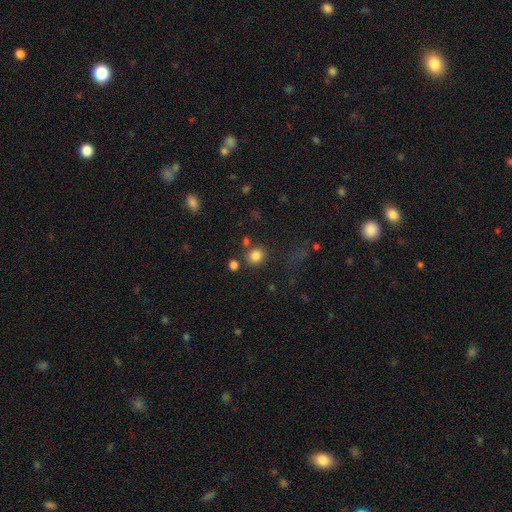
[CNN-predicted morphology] Smooth or featured?
  - smooth: 83% *
  - star or artifact: 12%
  - featured or disk: 6%
How rounded?
  - round: 83% *
  - in between: 16%
  - cigar-shaped: 1%
Merging?
  - none: 78% *
  - minor disturbance: 9%
  - merger: 9%
  - major disturbance: 4%